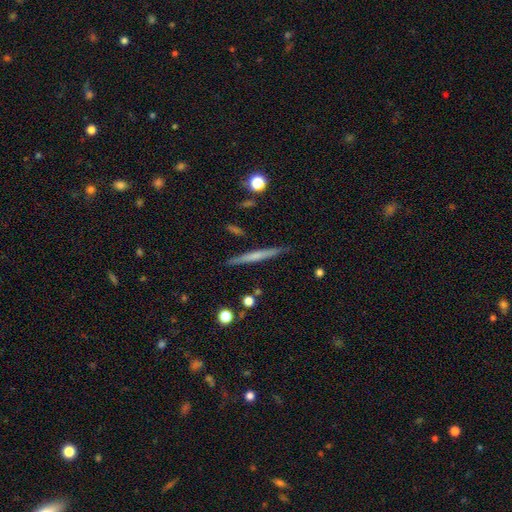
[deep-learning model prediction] This is possibly a featured or disk galaxy (54%). It is clearly viewed edge-on (97%). Edge-on bulge: likely none (65%). Merging: clearly none (90%).